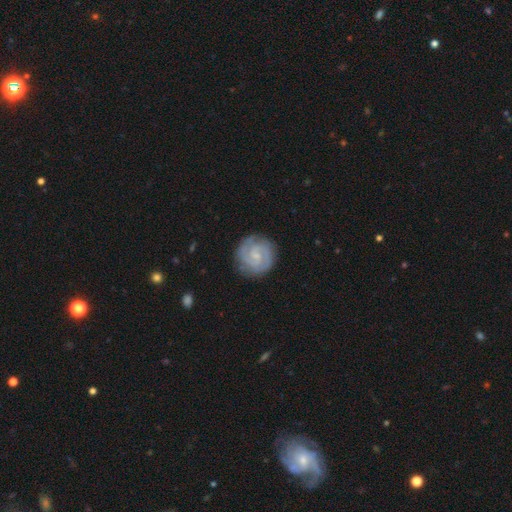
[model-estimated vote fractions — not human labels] Q: Smooth or featured?
A: featured or disk (84%); runner-up: smooth (11%)
Q: Edge-on disk?
A: no (98%); runner-up: yes (2%)
Q: Bar?
A: weak (48%); runner-up: no (44%)
Q: Spiral arms?
A: yes (97%); runner-up: no (3%)
Q: Spiral winding?
A: tight (65%); runner-up: medium (30%)
Q: Spiral arm count?
A: 2 (78%); runner-up: 3 (9%)
Q: Bulge size?
A: small (65%); runner-up: moderate (19%)
Q: Merging?
A: none (84%); runner-up: minor disturbance (11%)